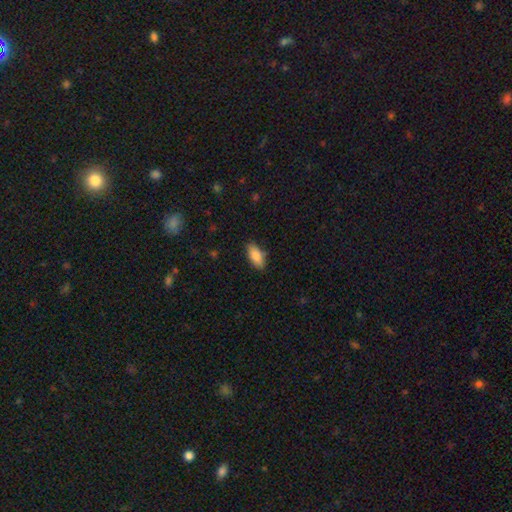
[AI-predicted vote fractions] Overall: smooth (86%). How rounded: in between (88%). Merging: none (82%).